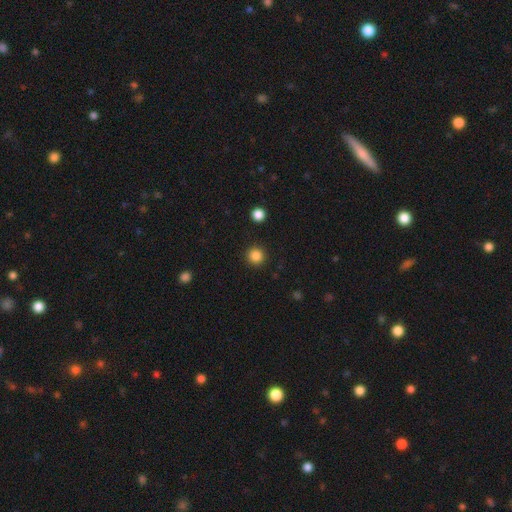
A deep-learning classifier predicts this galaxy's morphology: A smooth galaxy with no disk features (86%) that is round (95%). Merging: none (92%).